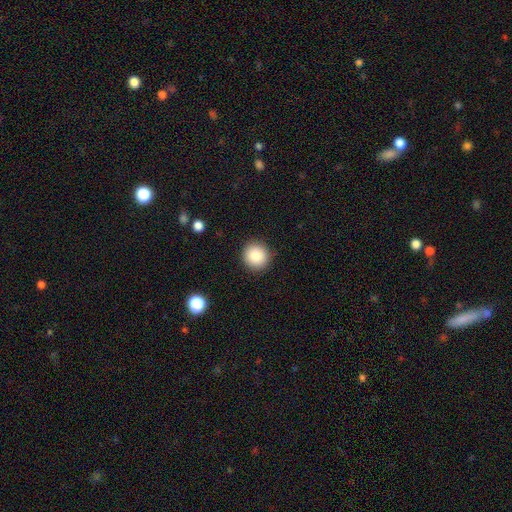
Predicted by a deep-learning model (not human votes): A smooth galaxy with no disk features (86%) that is round (94%).

Vote fractions:
- Smooth or featured? smooth: 86% / star or artifact: 9% / featured or disk: 5%
- How rounded? round: 94% / in between: 5% / cigar-shaped: 1%
- Merging? none: 91% / minor disturbance: 6% / major disturbance: 2% / merger: 1%